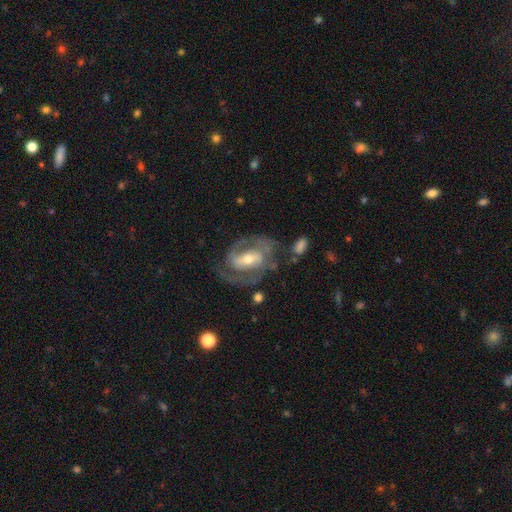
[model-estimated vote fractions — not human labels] Smooth or featured: featured or disk — 82% (smooth — 10%)
Edge-on disk: no — 95% (yes — 5%)
Bar: weak — 41% (strong — 34%)
Spiral arms: yes — 88% (no — 12%)
Spiral winding: tight — 50% (medium — 39%)
Spiral arm count: 2 — 64% (can't tell — 18%)
Bulge size: moderate — 58% (small — 36%)
Merging: none — 67% (minor disturbance — 16%)